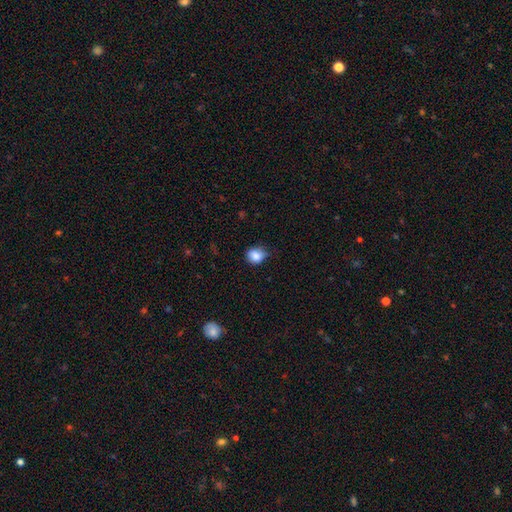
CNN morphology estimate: smooth-or-featured: smooth: 84% | star or artifact: 9% | featured or disk: 7%
  how-rounded: round: 70% | in between: 29% | cigar-shaped: 1%
  merging: none: 57% | minor disturbance: 34% | major disturbance: 7% | merger: 2%